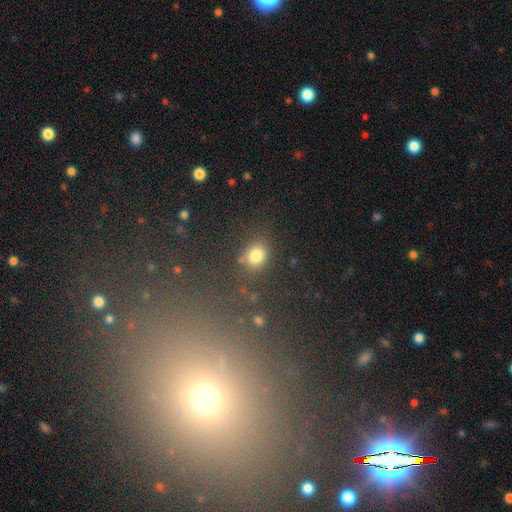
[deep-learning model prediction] smooth_or_featured: smooth (p=0.78) [alt: star or artifact p=0.15]
how_rounded: round (p=0.57) [alt: in between p=0.41]
merging: none (p=0.70) [alt: minor disturbance p=0.15]